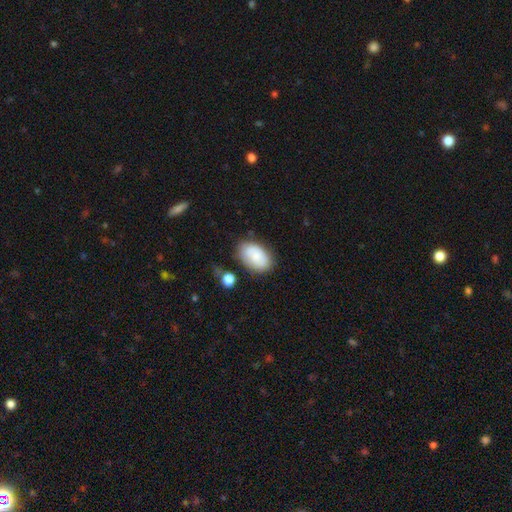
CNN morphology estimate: smooth_or_featured: smooth (p=0.79) [alt: featured or disk p=0.14]
how_rounded: in between (p=0.92) [alt: round p=0.07]
merging: none (p=0.71) [alt: minor disturbance p=0.19]